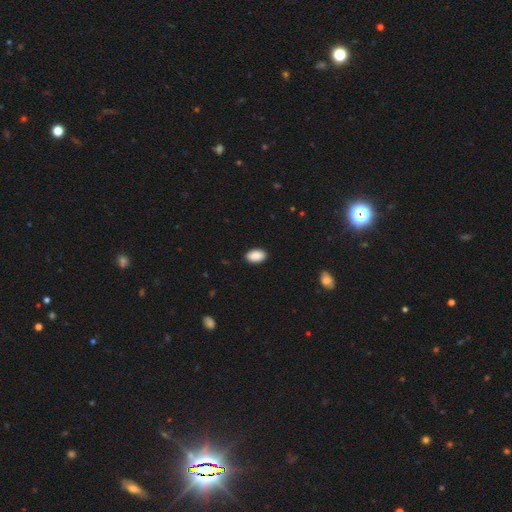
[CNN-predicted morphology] The model was most divided on "merging": none: 90%, minor disturbance: 8%, major disturbance: 2%, merger: 1%. More confident: how rounded — in between (93%); smooth or featured — smooth (90%).